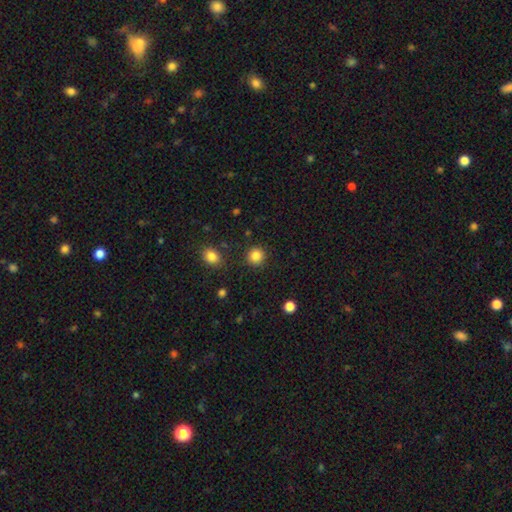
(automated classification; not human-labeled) Morphology: type=smooth (86%); roundness=round (92%); merging=none (89%).